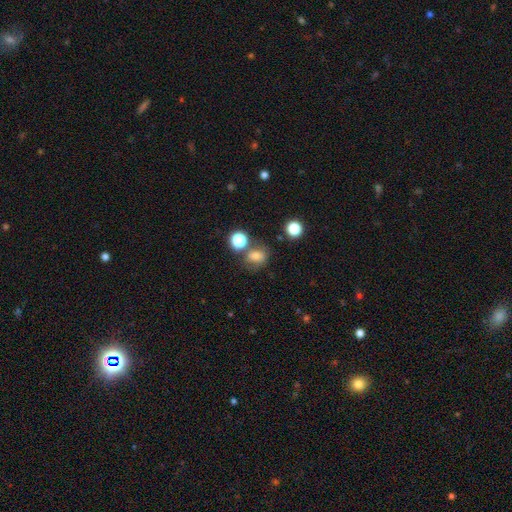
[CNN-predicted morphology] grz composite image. It shows a smooth galaxy with no disk features (70%) that is round (58%). Merging: none (56%).